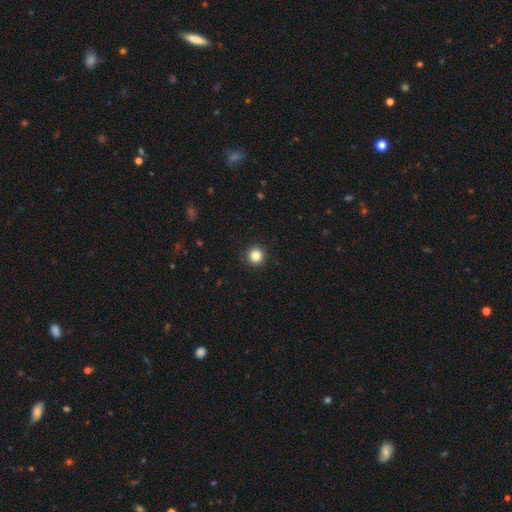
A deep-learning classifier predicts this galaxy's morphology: Overall: smooth (85%). How rounded: round (96%). Merging: none (93%).